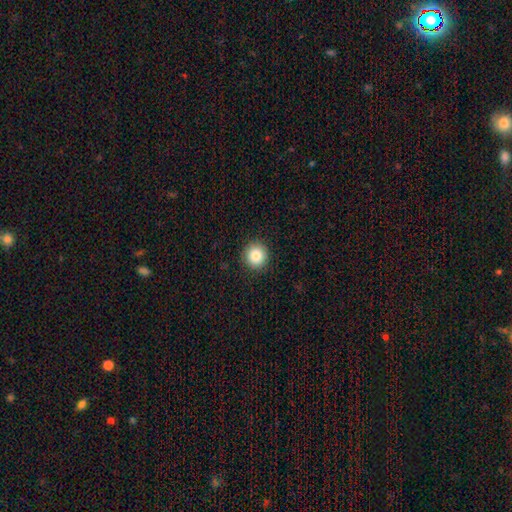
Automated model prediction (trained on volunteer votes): Q: Smooth or featured?
A: smooth (85%); runner-up: star or artifact (9%)
Q: How rounded?
A: round (93%); runner-up: in between (6%)
Q: Merging?
A: none (92%); runner-up: minor disturbance (6%)